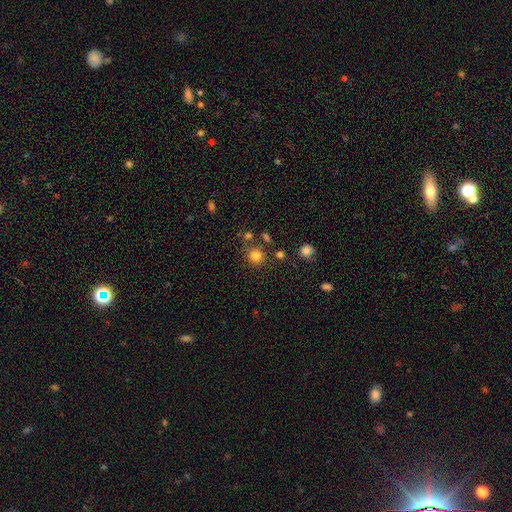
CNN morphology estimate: A smooth galaxy with no disk features (80%) that is round (91%). Merging: none (79%).